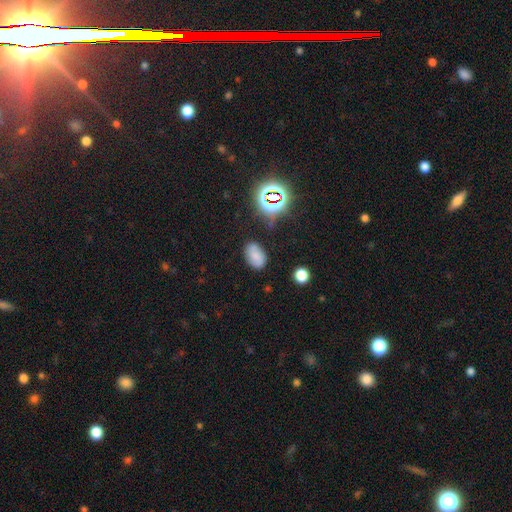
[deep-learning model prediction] A smooth galaxy with no disk features (70%) that is in between round and cigar-shaped (88%).

Vote fractions:
- Smooth or featured? smooth: 70% / star or artifact: 18% / featured or disk: 12%
- How rounded? in between: 88% / round: 11% / cigar-shaped: 1%
- Merging? none: 75% / minor disturbance: 17% / major disturbance: 5% / merger: 3%